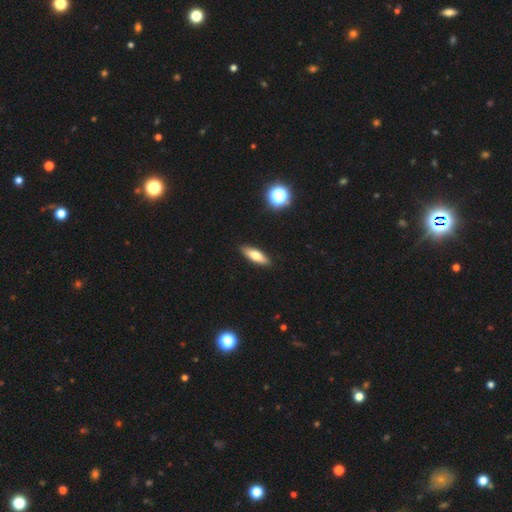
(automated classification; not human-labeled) Smooth or featured: smooth — 70% (featured or disk — 22%)
How rounded: in between — 51% (cigar-shaped — 46%)
Merging: none — 89% (minor disturbance — 8%)